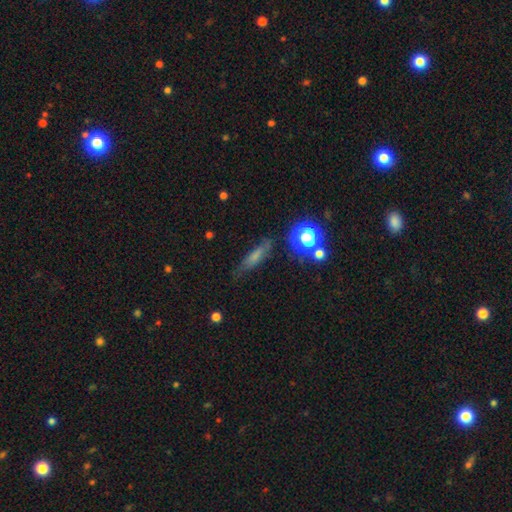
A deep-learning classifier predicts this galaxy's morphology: smooth_or_featured: smooth (p=0.58) [alt: featured or disk p=0.26]
how_rounded: cigar-shaped (p=0.67) [alt: in between p=0.24]
merging: none (p=0.69) [alt: minor disturbance p=0.20]